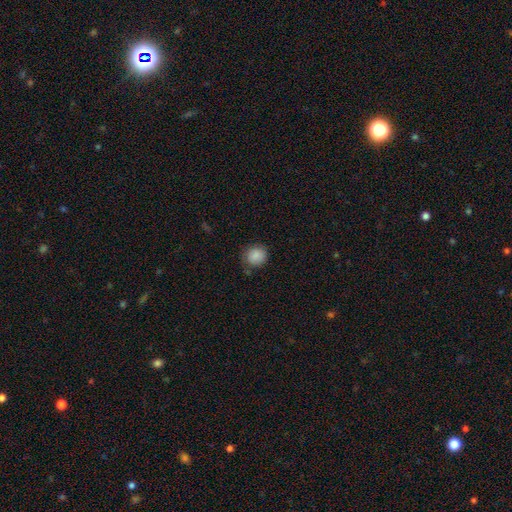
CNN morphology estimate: Smooth or featured? smooth (86%)
How rounded? round (87%)
Merging? none (77%)